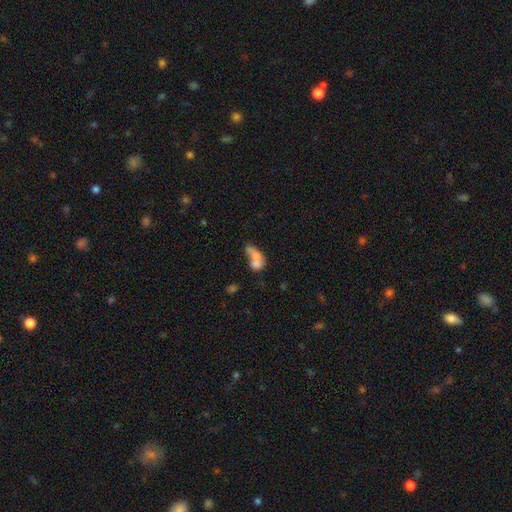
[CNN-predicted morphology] type=smooth (65%); roundness=in between (69%); merging=merger (67%).